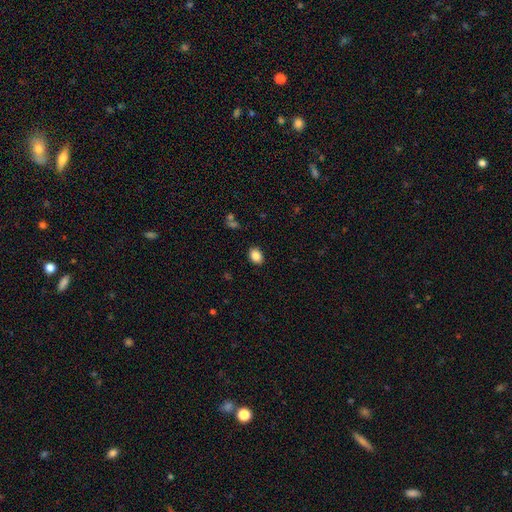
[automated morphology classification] A smooth galaxy with no disk features (86%) that is in between round and cigar-shaped (70%).

Vote fractions:
- Smooth or featured? smooth: 86% / star or artifact: 9% / featured or disk: 5%
- How rounded? in between: 70% / round: 29% / cigar-shaped: 1%
- Merging? none: 88% / minor disturbance: 8% / major disturbance: 2% / merger: 1%